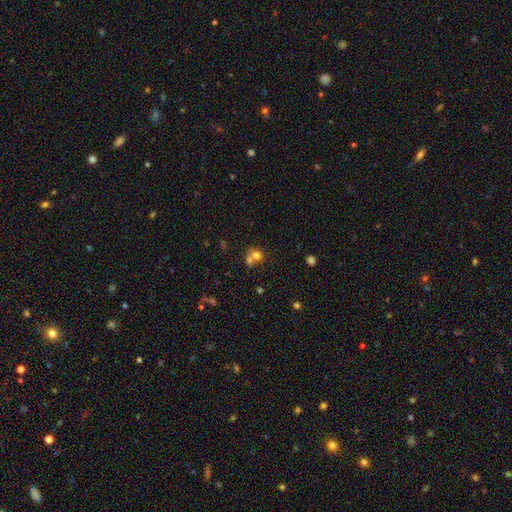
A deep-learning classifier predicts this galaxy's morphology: smooth-or-featured: smooth: 71% | star or artifact: 15% | featured or disk: 14%
  how-rounded: round: 75% | in between: 24% | cigar-shaped: 1%
  merging: merger: 55% | none: 33% | minor disturbance: 7% | major disturbance: 4%